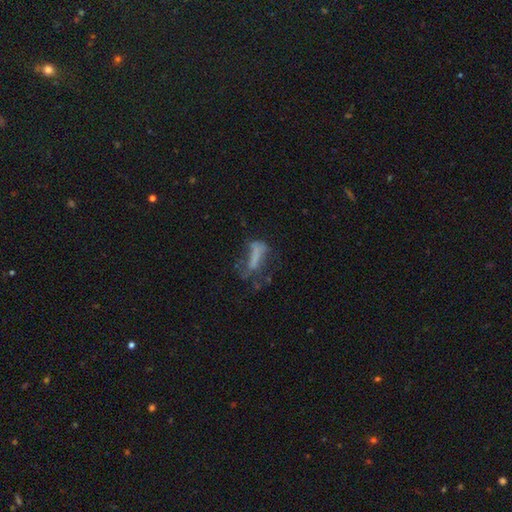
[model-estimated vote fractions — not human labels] The model was most divided on "smooth or featured" (2-way tie): smooth: 41%, featured or disk: 41%, star or artifact: 18%. Remaining: merging — major disturbance (40%).